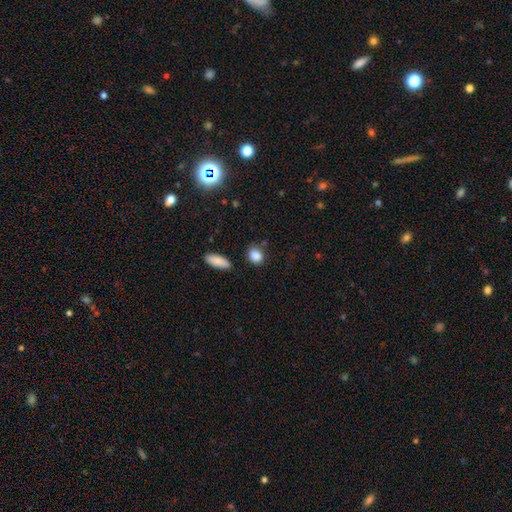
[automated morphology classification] The model was most divided on "how rounded": round: 59%, in between: 39%, cigar-shaped: 2%. More confident: smooth or featured — smooth (87%); merging — none (79%).